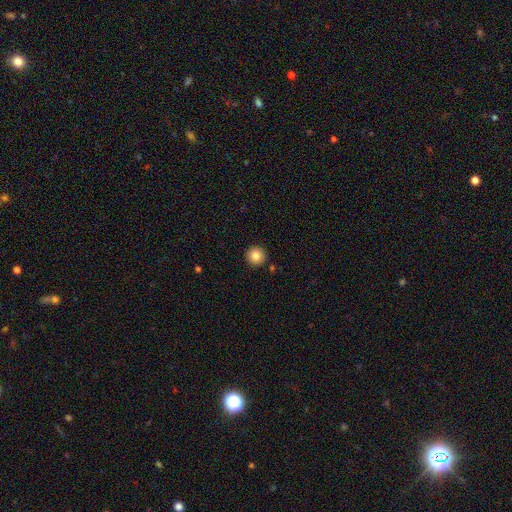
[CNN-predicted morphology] Smooth or featured? smooth (83%)
How rounded? round (95%)
Merging? none (91%)